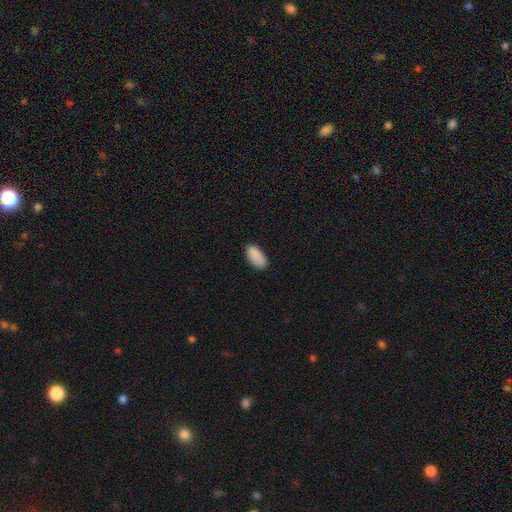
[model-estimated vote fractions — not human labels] The model was most divided on "merging": none: 84%, minor disturbance: 12%, major disturbance: 2%, merger: 1%. More confident: how rounded — in between (91%); smooth or featured — smooth (90%).